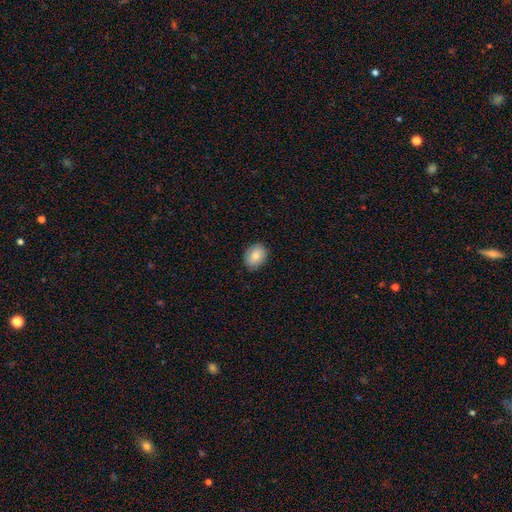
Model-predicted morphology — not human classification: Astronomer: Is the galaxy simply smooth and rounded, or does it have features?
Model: smooth — 83%.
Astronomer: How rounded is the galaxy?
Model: in between — 55% (runner-up: round, 44%).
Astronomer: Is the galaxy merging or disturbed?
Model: none — 87%.